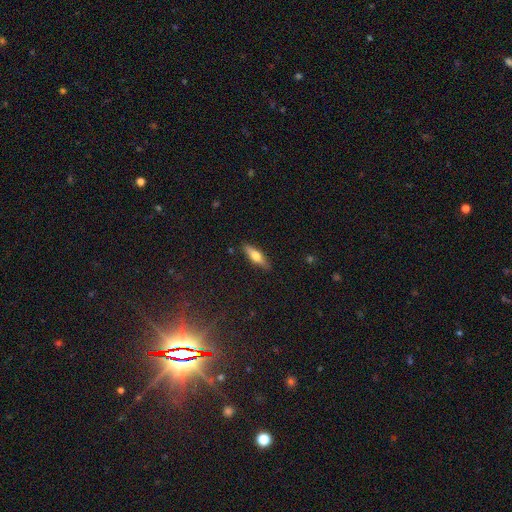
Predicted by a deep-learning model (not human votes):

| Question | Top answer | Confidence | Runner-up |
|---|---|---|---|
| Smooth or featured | smooth | 56% | featured or disk (38%) |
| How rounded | cigar-shaped | 62% | in between (36%) |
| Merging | none | 88% | minor disturbance (9%) |